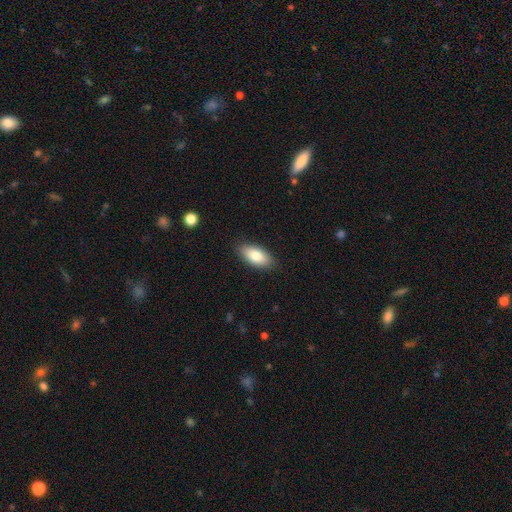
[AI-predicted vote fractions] Smooth or featured?
  - smooth: 82% *
  - featured or disk: 12%
  - star or artifact: 6%
How rounded?
  - in between: 90% *
  - cigar-shaped: 7%
  - round: 3%
Merging?
  - none: 87% *
  - minor disturbance: 10%
  - major disturbance: 2%
  - merger: 1%